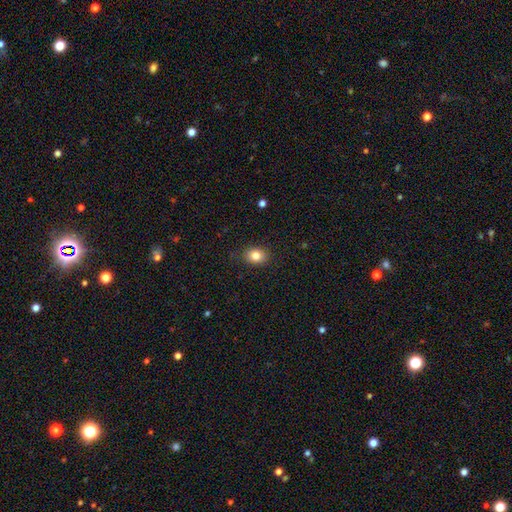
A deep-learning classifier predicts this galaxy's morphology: smooth_or_featured: smooth (p=0.82) [alt: star or artifact p=0.10]
how_rounded: in between (p=0.56) [alt: round p=0.43]
merging: none (p=0.88) [alt: minor disturbance p=0.09]